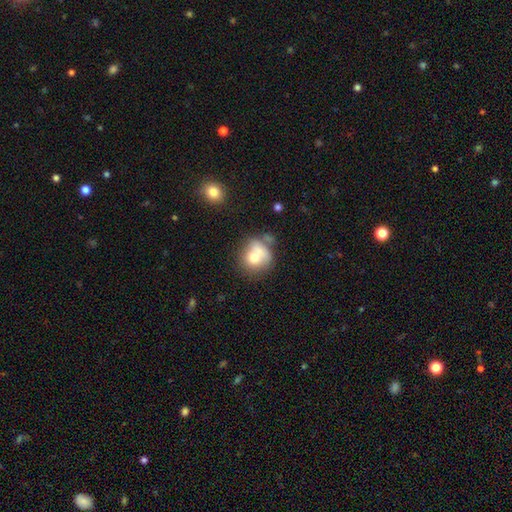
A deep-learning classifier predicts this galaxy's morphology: Smooth or featured: smooth — 70% (featured or disk — 20%)
How rounded: round — 77% (in between — 22%)
Merging: none — 36% (merger — 32%)